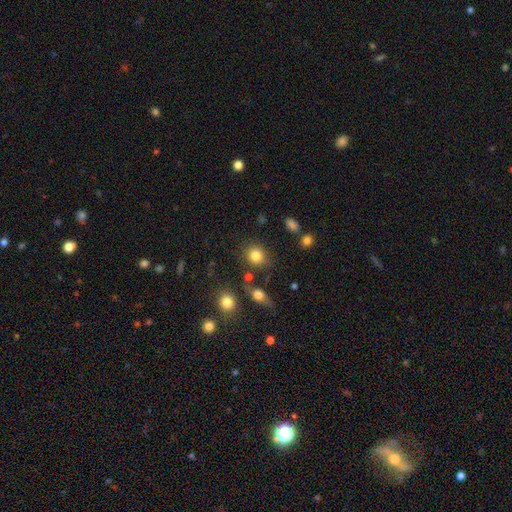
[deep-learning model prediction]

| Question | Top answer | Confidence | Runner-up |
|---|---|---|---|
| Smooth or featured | smooth | 83% | star or artifact (10%) |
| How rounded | round | 77% | in between (22%) |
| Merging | none | 79% | minor disturbance (11%) |